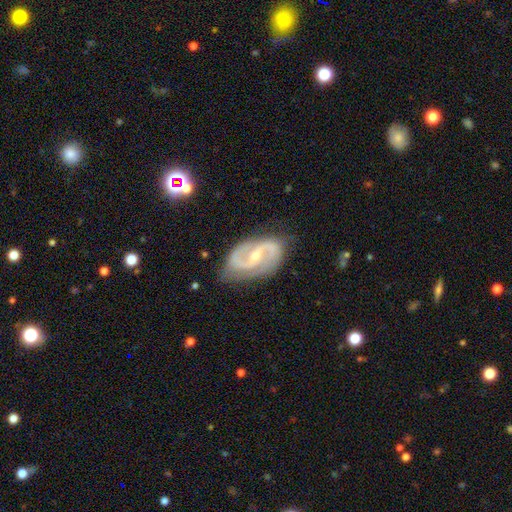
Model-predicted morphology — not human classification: Smooth or featured?
  - featured or disk: 90% *
  - smooth: 5%
  - star or artifact: 5%
Edge-on disk?
  - no: 97% *
  - yes: 3%
Bar?
  - weak: 43% *
  - no: 31%
  - strong: 26%
Spiral arms?
  - yes: 97% *
  - no: 3%
Spiral winding?
  - medium: 53% *
  - loose: 29%
  - tight: 18%
Spiral arm count?
  - 2: 93% *
  - can't tell: 2%
  - 3: 1%
  - 1: 1%
  - 4: 1%
  - more than 4: 1%
Bulge size?
  - small: 63% *
  - moderate: 34%
  - none: 1%
  - large: 1%
  - dominant: 1%
Merging?
  - none: 79% *
  - minor disturbance: 16%
  - major disturbance: 4%
  - merger: 1%